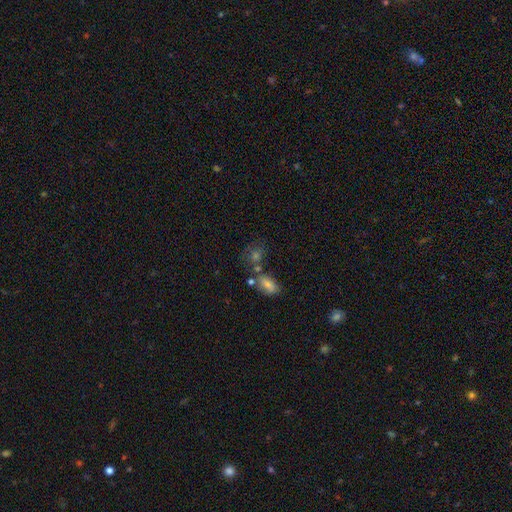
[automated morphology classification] The model was most divided on "how rounded": in between: 49%, round: 47%, cigar-shaped: 4%. More confident: smooth or featured — smooth (52%); merging — none (51%).